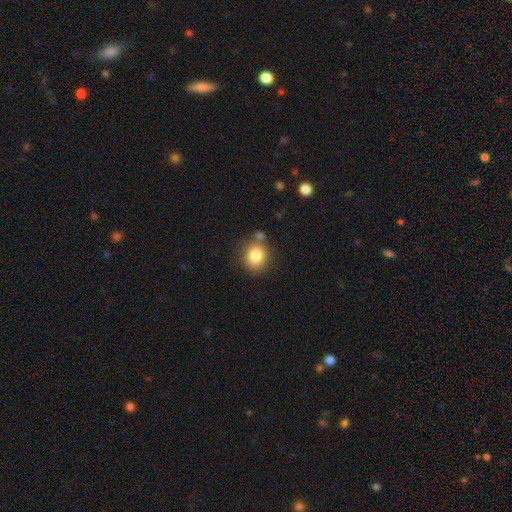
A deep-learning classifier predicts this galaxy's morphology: Smooth or featured? smooth (82%)
How rounded? round (74%)
Merging? none (73%)